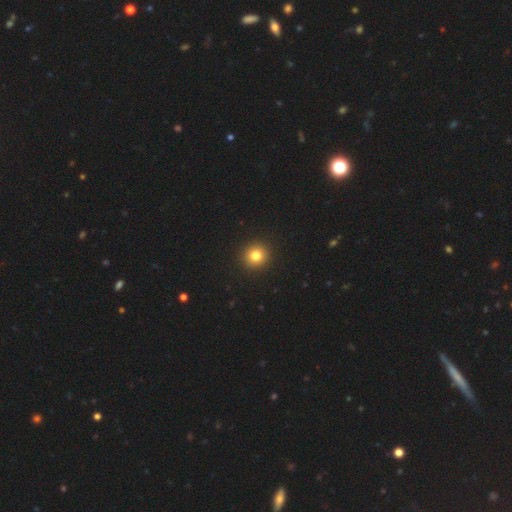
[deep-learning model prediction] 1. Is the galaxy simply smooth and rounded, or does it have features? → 81% smooth, 12% star or artifact, 7% featured or disk.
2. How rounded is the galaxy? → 92% round, 7% in between, 1% cigar-shaped.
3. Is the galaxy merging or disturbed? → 93% none, 4% minor disturbance, 2% major disturbance, 1% merger.